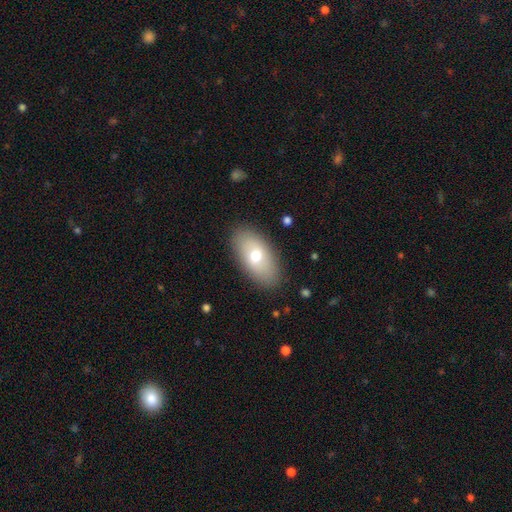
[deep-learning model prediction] Morphology: type=smooth (69%); roundness=in between (92%); merging=none (87%).